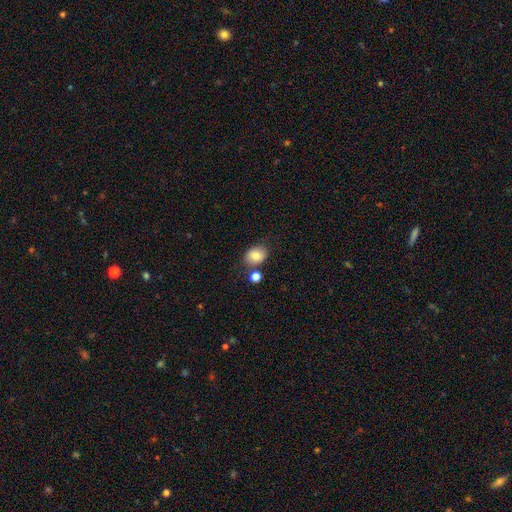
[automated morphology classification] type=smooth (80%); roundness=in between (54%); merging=none (69%).